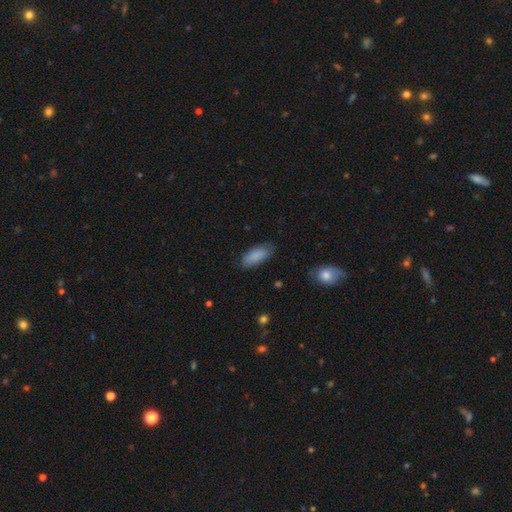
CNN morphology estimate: smooth_or_featured: smooth (p=0.87) [alt: star or artifact p=0.06]
how_rounded: in between (p=0.81) [alt: cigar-shaped p=0.18]
merging: none (p=0.78) [alt: minor disturbance p=0.17]